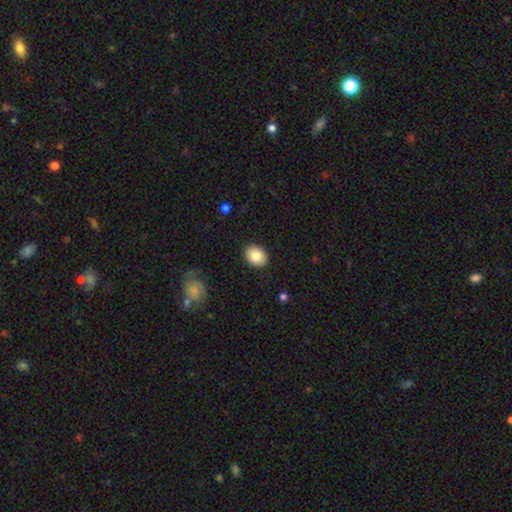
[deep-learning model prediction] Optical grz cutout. It shows a smooth galaxy with no disk features (83%) that is in between round and cigar-shaped (59%). Merging: none (90%).